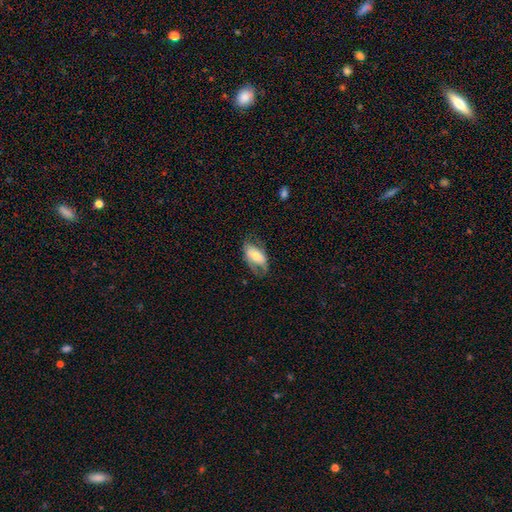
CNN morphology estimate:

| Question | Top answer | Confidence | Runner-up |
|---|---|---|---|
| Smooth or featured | smooth | 52% | featured or disk (41%) |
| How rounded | in between | 91% | round (5%) |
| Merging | none | 54% | minor disturbance (27%) |